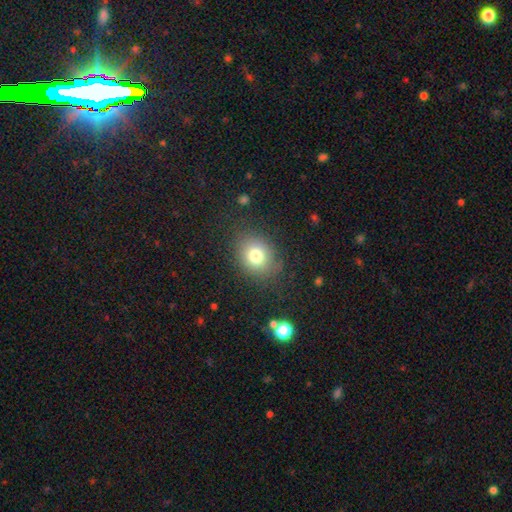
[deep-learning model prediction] This appears to be a smooth galaxy with no disk features (77%) that is round (54%). Merging: none (80%).